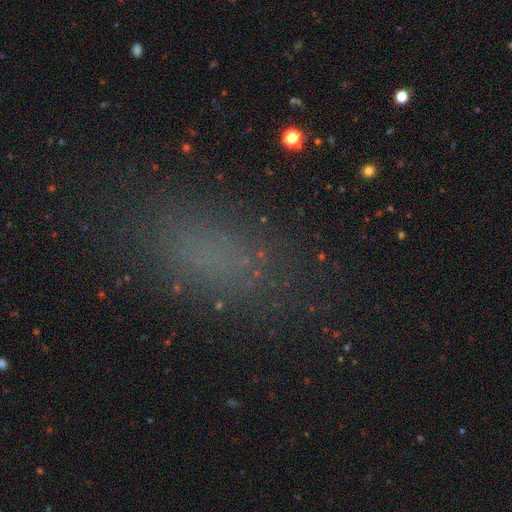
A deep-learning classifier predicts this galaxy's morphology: smooth_or_featured: smooth (p=0.56) [alt: star or artifact p=0.28]
how_rounded: in between (p=0.79) [alt: cigar-shaped p=0.12]
merging: none (p=0.68) [alt: minor disturbance p=0.18]